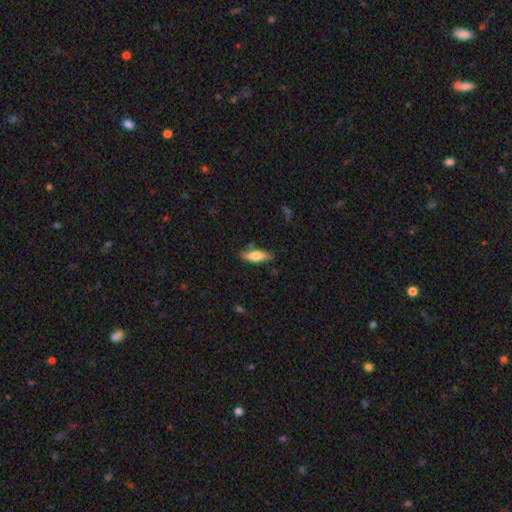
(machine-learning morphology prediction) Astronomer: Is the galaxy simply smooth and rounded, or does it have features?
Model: smooth — 75%.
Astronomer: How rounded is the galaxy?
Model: in between — 64%.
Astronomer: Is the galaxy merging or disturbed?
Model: none — 80%.